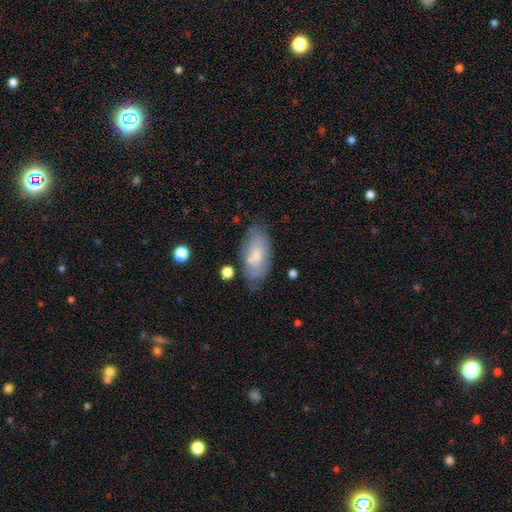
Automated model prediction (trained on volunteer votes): Overall: smooth (63%; featured or disk 31%). How rounded: in between (92%). Merging: none (66%).